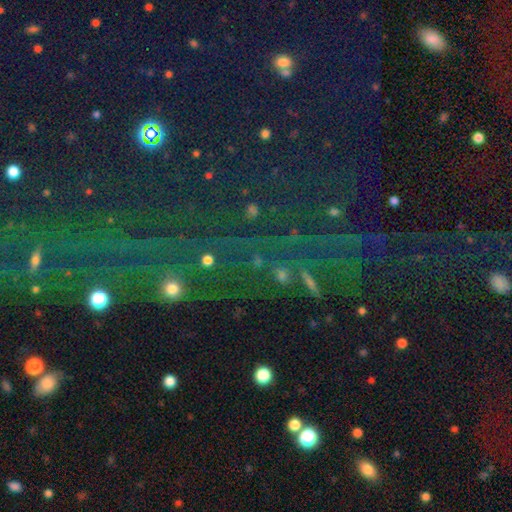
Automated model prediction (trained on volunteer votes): The model was most divided on "smooth or featured": star or artifact: 75%, smooth: 14%, featured or disk: 10%.